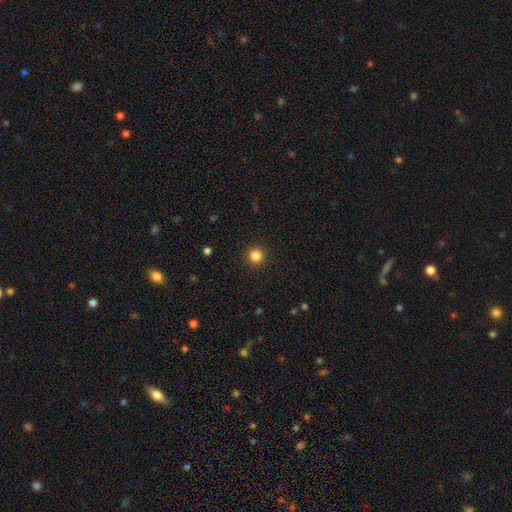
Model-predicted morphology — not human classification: type=smooth (84%); roundness=round (95%); merging=none (93%).